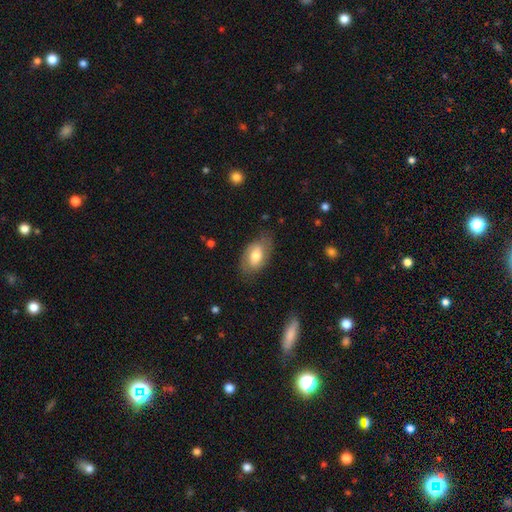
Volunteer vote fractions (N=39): smooth_or_featured: smooth (p=0.79) [alt: featured or disk p=0.15]
how_rounded: in between (p=0.81) [alt: round p=0.16]
merging: none (p=0.68) [alt: major disturbance p=0.16]